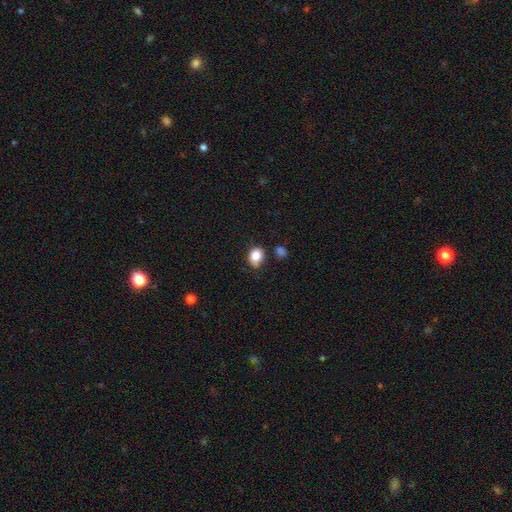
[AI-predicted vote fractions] Smooth or featured? Predicted: smooth (p=0.85). How rounded? Predicted: in between (p=0.53). Merging? Predicted: none (p=0.68).